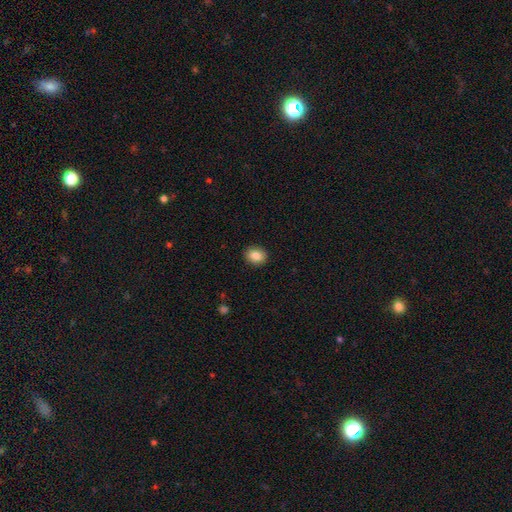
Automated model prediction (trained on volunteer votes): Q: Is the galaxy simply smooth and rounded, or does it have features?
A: smooth — 85%.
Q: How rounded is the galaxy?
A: round — 54%.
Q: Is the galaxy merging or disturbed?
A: none — 91%.